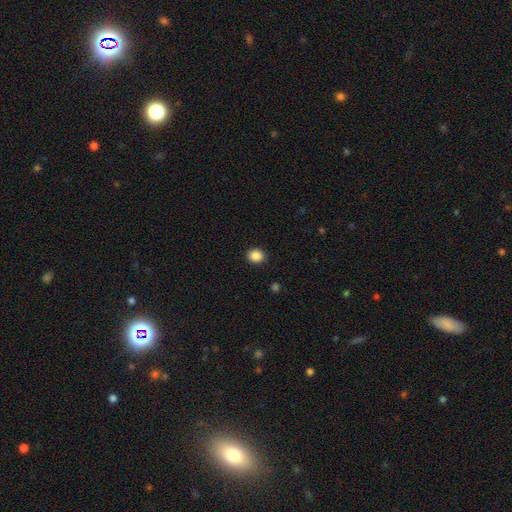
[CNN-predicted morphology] Smooth or featured?
  - smooth: 88% *
  - star or artifact: 9%
  - featured or disk: 3%
How rounded?
  - round: 69% *
  - in between: 30%
  - cigar-shaped: 1%
Merging?
  - none: 91% *
  - minor disturbance: 6%
  - major disturbance: 2%
  - merger: 1%